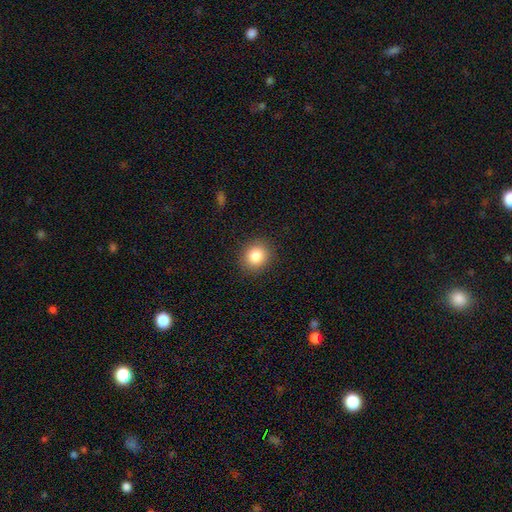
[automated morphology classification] type=smooth (85%); roundness=round (75%); merging=none (89%).